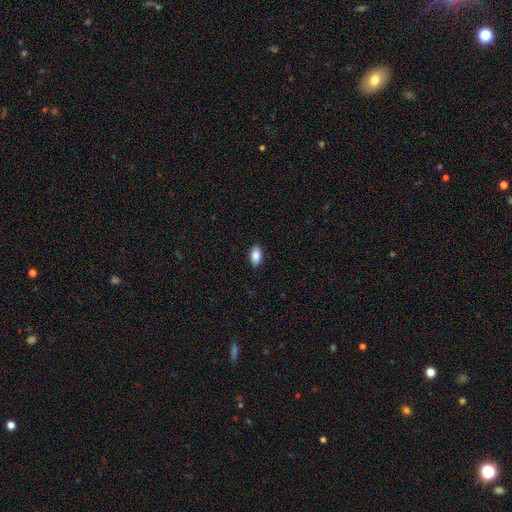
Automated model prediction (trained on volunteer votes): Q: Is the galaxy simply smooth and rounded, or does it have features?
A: smooth — 87%.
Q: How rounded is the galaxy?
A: in between — 92%.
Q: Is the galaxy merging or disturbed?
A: none — 88%.